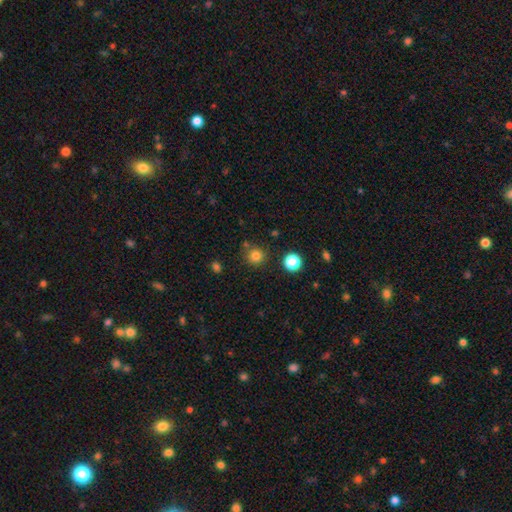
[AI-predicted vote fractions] A smooth galaxy with no disk features (80%) that is round (93%).

Vote fractions:
- Smooth or featured? smooth: 80% / star or artifact: 15% / featured or disk: 5%
- How rounded? round: 93% / in between: 6% / cigar-shaped: 1%
- Merging? none: 81% / minor disturbance: 9% / merger: 6% / major disturbance: 3%